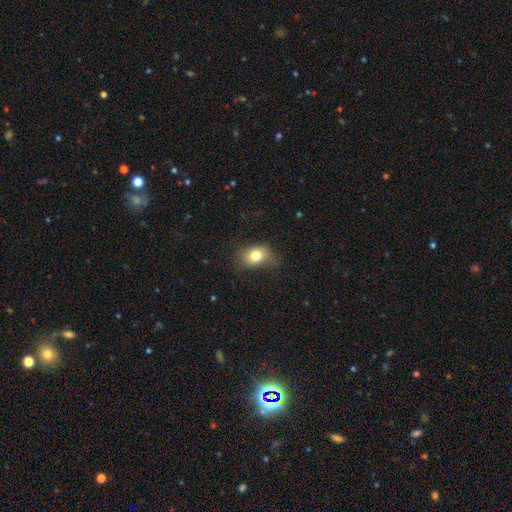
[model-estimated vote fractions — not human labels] The model was most divided on "how rounded": in between: 64%, round: 34%, cigar-shaped: 1%. More confident: smooth or featured — smooth (78%); merging — none (60%).